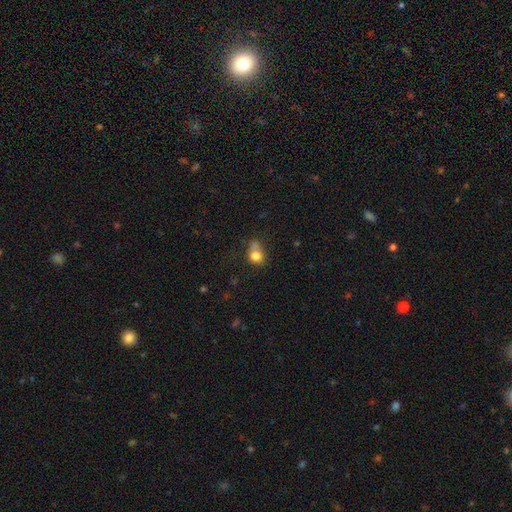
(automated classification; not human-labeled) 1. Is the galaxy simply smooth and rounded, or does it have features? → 78% smooth, 12% star or artifact, 10% featured or disk.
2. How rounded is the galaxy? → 68% round, 31% in between, 1% cigar-shaped.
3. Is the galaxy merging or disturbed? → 40% none, 26% merger, 22% minor disturbance, 12% major disturbance.